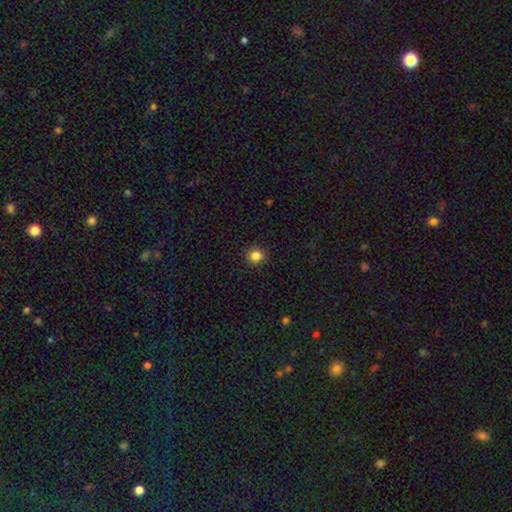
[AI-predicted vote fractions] smooth-or-featured: smooth: 84% | star or artifact: 12% | featured or disk: 4%
  how-rounded: round: 91% | in between: 8% | cigar-shaped: 1%
  merging: none: 91% | minor disturbance: 6% | major disturbance: 2% | merger: 1%